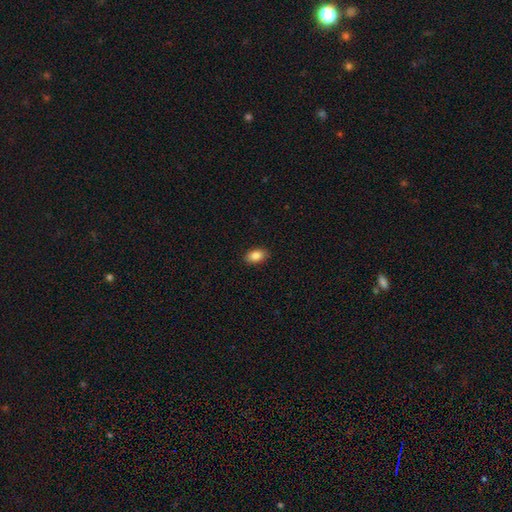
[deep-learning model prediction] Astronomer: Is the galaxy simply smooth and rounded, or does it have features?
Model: smooth — 87%.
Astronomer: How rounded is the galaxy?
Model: in between — 90%.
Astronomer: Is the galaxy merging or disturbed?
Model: none — 89%.